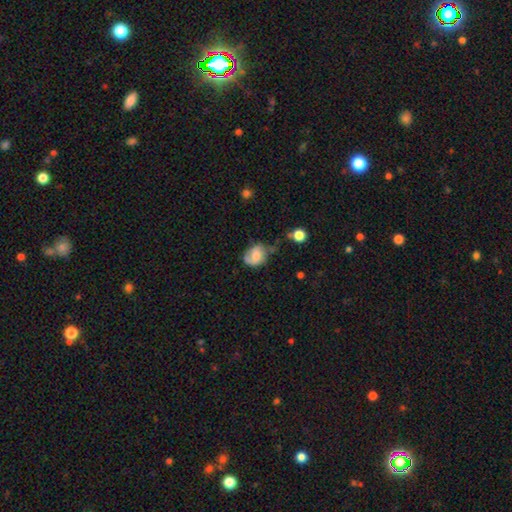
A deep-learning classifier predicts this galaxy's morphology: A smooth galaxy with no disk features (48%).

Vote fractions:
- Smooth or featured? smooth: 48% / featured or disk: 43% / star or artifact: 9%
- Merging? none: 45% / minor disturbance: 33% / major disturbance: 17% / merger: 5%